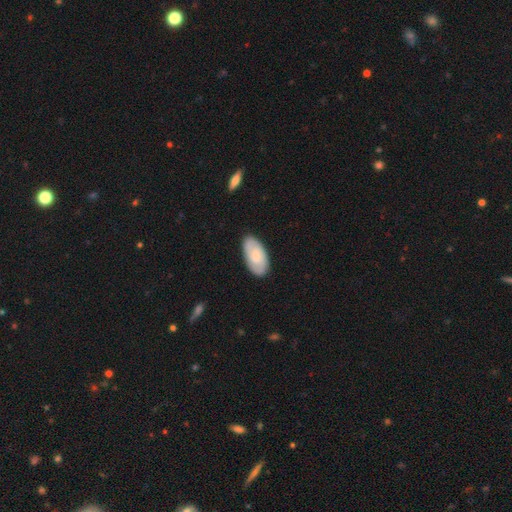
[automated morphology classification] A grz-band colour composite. It shows a smooth galaxy with no disk features (60%) that is in between round and cigar-shaped (95%). Merging: none (84%).